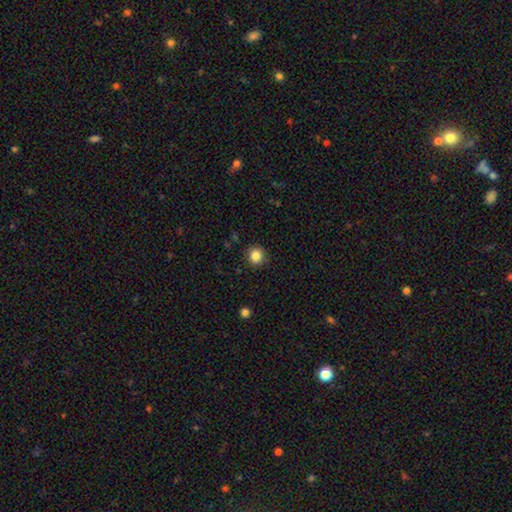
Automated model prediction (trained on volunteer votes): smooth_or_featured: smooth (p=0.84) [alt: star or artifact p=0.11]
how_rounded: round (p=0.92) [alt: in between p=0.07]
merging: none (p=0.91) [alt: minor disturbance p=0.06]